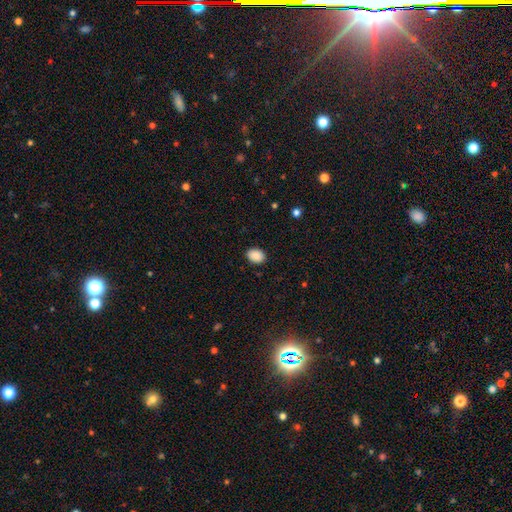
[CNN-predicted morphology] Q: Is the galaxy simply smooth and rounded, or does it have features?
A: smooth — 89%.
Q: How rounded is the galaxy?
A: in between — 69%.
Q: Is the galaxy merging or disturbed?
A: none — 89%.